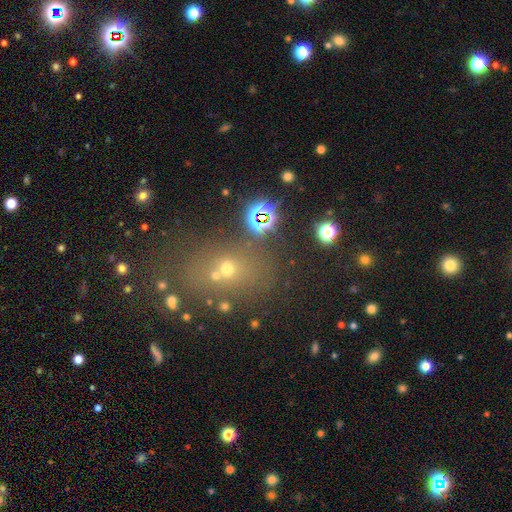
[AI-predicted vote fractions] Smooth or featured: smooth — 44% (star or artifact — 40%)
Merging: none — 75% (minor disturbance — 12%)